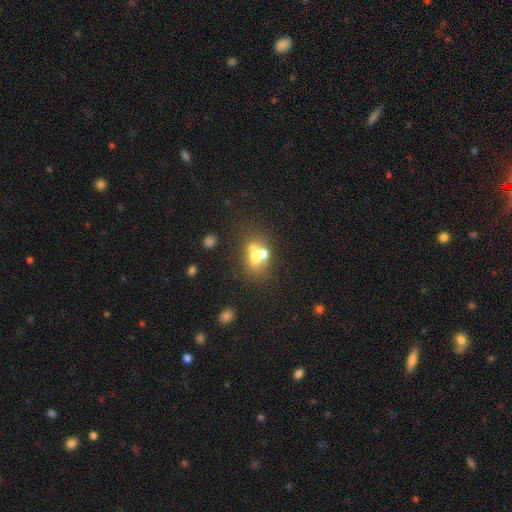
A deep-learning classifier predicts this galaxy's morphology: This is possibly a smooth galaxy (54%). How rounded: possibly round (56%). Merging: possibly merger (55%).